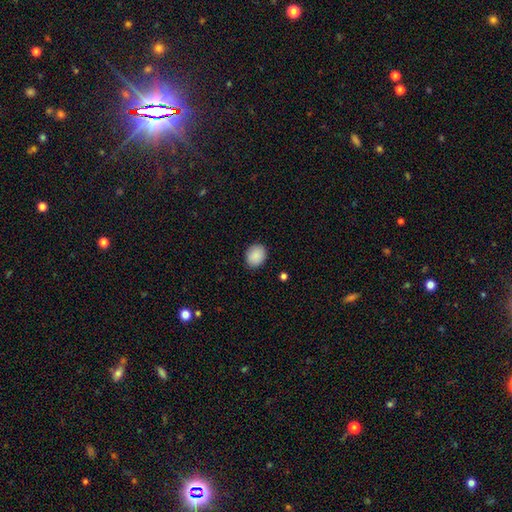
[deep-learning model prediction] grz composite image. It shows a smooth galaxy with no disk features (90%) that is round (54%). Merging: none (88%).